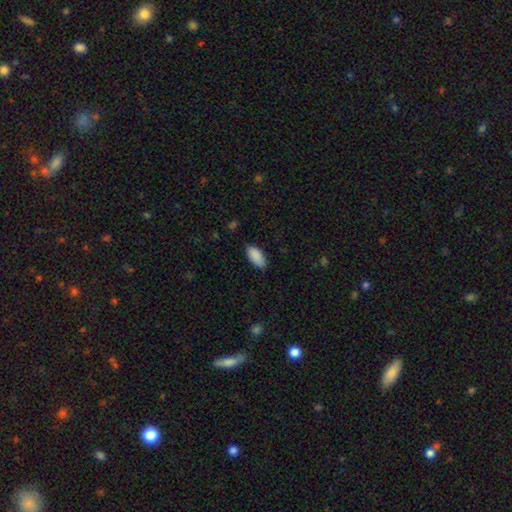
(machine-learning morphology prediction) Smooth or featured?
  - smooth: 90% *
  - star or artifact: 6%
  - featured or disk: 4%
How rounded?
  - in between: 92% *
  - cigar-shaped: 7%
  - round: 2%
Merging?
  - none: 85% *
  - minor disturbance: 12%
  - major disturbance: 2%
  - merger: 1%